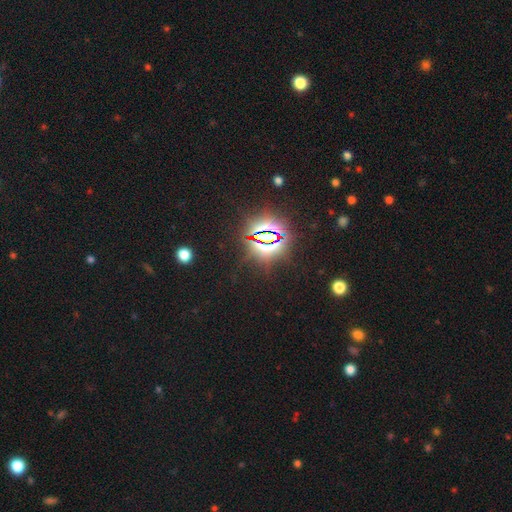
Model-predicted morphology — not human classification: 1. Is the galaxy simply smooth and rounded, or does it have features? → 82% star or artifact, 11% smooth, 7% featured or disk.